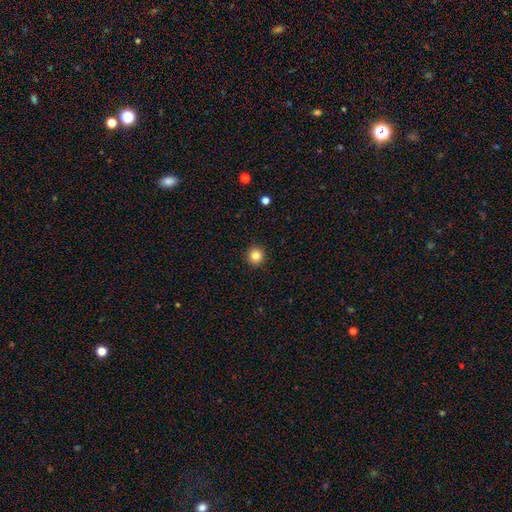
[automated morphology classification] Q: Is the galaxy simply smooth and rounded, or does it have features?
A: smooth — 83%.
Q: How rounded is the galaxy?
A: round — 94%.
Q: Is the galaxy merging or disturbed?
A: none — 93%.